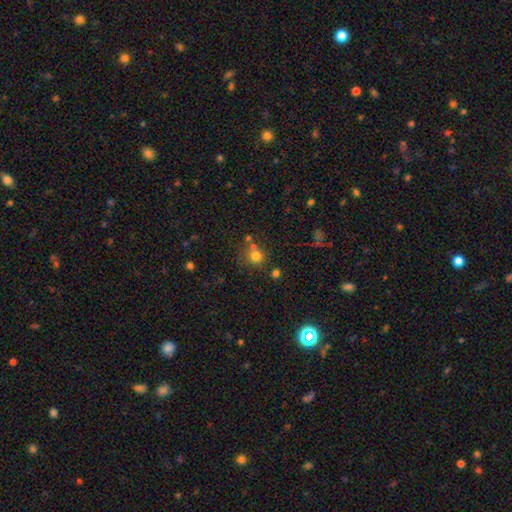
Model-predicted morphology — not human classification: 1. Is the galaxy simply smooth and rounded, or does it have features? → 74% smooth, 17% star or artifact, 10% featured or disk.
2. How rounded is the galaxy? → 87% round, 12% in between, 1% cigar-shaped.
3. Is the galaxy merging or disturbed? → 61% none, 22% merger, 12% minor disturbance, 5% major disturbance.